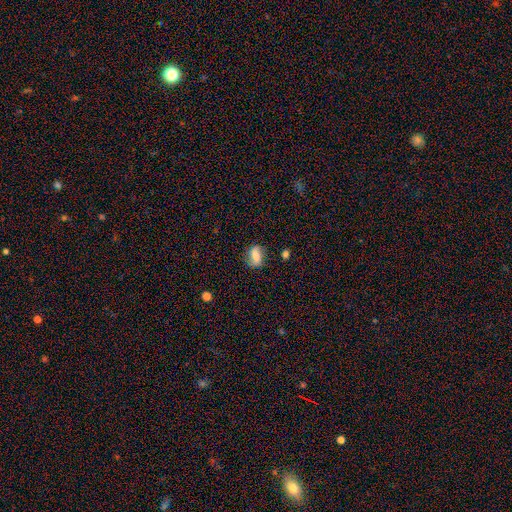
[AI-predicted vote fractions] This is possibly a featured or disk galaxy (47%). Merging: likely none (75%).